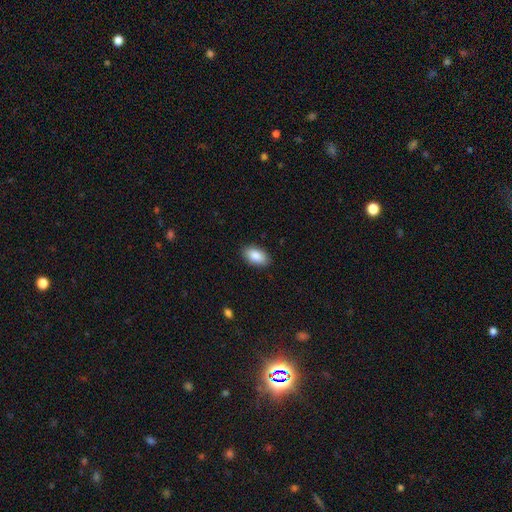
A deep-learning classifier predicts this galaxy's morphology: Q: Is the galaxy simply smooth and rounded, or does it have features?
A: smooth — 88%.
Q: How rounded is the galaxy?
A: in between — 94%.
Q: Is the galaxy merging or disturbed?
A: none — 89%.